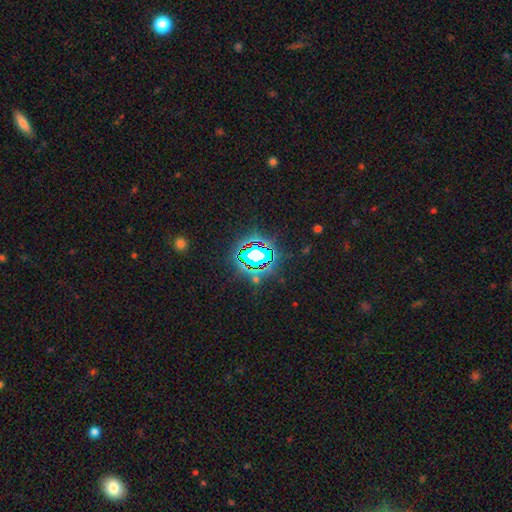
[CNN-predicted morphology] The model was most divided on "smooth or featured": star or artifact: 74%, smooth: 14%, featured or disk: 12%.